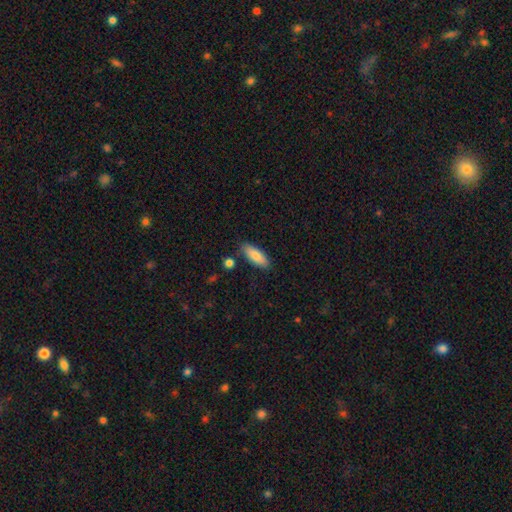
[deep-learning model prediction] Smooth or featured?
  - smooth: 84% *
  - featured or disk: 11%
  - star or artifact: 6%
How rounded?
  - in between: 68% *
  - cigar-shaped: 30%
  - round: 2%
Merging?
  - none: 83% *
  - minor disturbance: 11%
  - merger: 4%
  - major disturbance: 2%